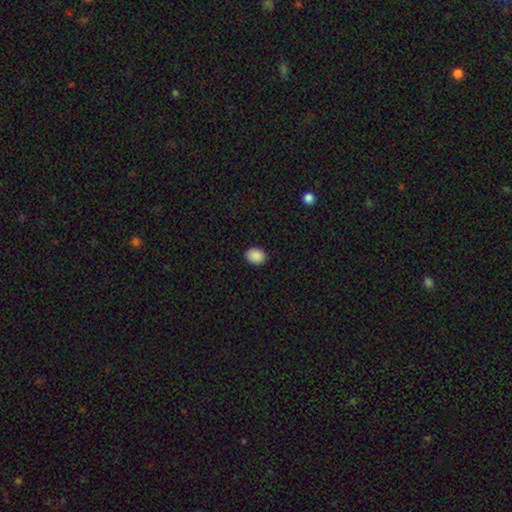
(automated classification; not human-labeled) Smooth or featured? smooth (89%)
How rounded? in between (55%)
Merging? none (90%)